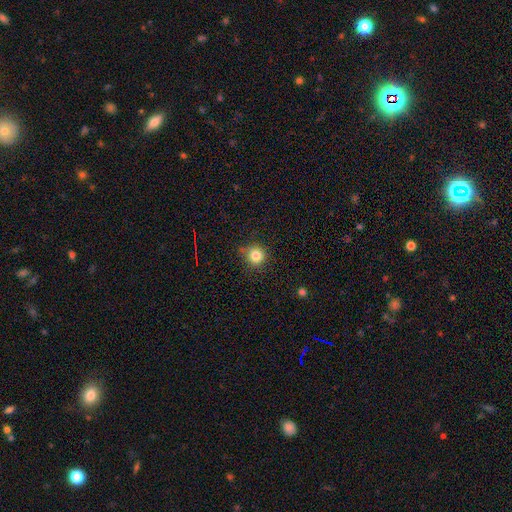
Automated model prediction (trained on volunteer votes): smooth_or_featured: smooth (p=0.83) [alt: star or artifact p=0.12]
how_rounded: round (p=0.93) [alt: in between p=0.06]
merging: none (p=0.82) [alt: minor disturbance p=0.13]